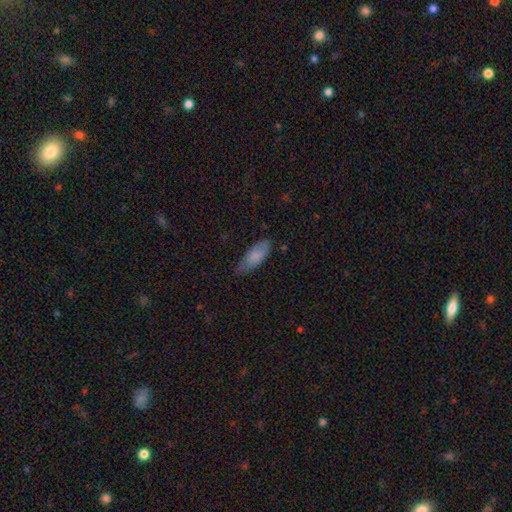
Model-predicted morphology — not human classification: A smooth galaxy with no disk features (76%) that is in between round and cigar-shaped (79%). Merging: none (60%).